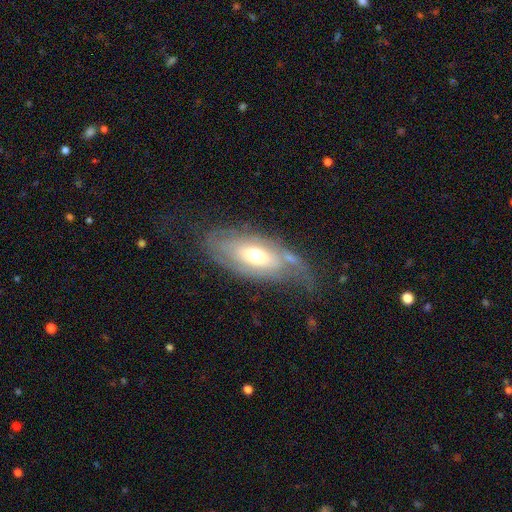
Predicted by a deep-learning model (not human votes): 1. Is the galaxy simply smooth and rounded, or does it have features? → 58% featured or disk, 35% smooth, 7% star or artifact.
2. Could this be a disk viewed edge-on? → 82% no, 18% yes.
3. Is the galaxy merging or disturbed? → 53% none, 26% minor disturbance, 17% major disturbance, 4% merger.